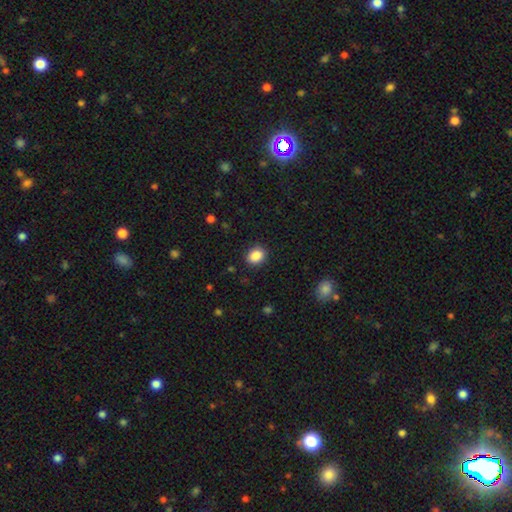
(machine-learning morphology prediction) Overall: smooth (88%). How rounded: in between (52%; round 47%). Merging: none (88%).